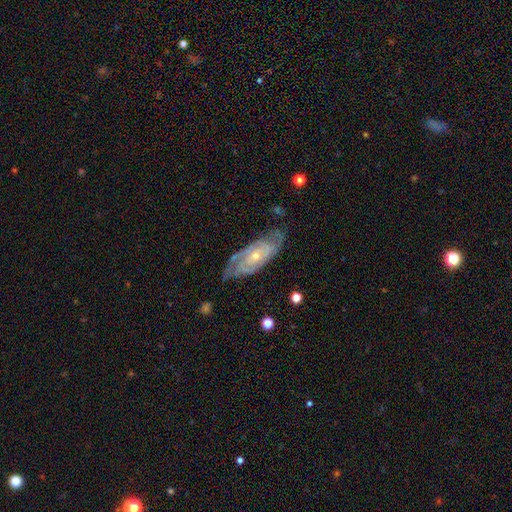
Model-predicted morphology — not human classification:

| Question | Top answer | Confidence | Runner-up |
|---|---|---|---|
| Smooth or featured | featured or disk | 86% | smooth (9%) |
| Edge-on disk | no | 91% | yes (9%) |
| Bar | no | 67% | weak (26%) |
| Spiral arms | yes | 96% | no (4%) |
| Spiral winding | tight | 62% | medium (31%) |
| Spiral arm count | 2 | 48% | can't tell (24%) |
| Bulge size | small | 65% | moderate (31%) |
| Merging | none | 69% | minor disturbance (22%) |